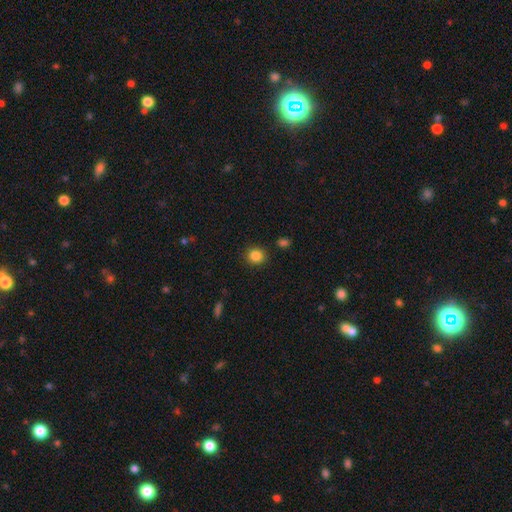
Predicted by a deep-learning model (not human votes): Overall: smooth (85%). How rounded: round (83%). Merging: none (88%).